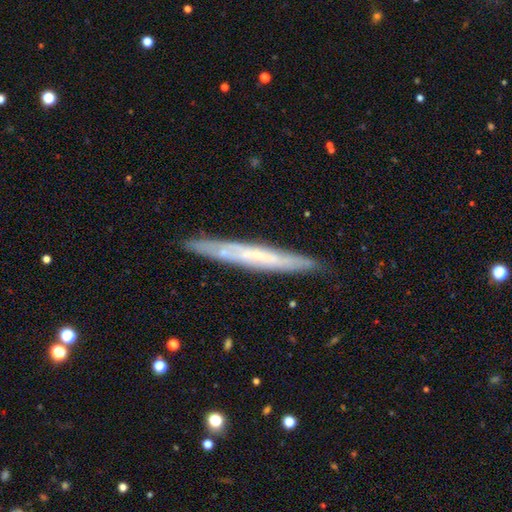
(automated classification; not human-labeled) smooth-or-featured: featured or disk: 61% | smooth: 32% | star or artifact: 7%
  disk-edge-on: yes: 85% | no: 15%
    edge-on-bulge: none: 76% | rounded: 19% | boxy: 5%
  merging: none: 86% | minor disturbance: 10% | major disturbance: 2% | merger: 1%